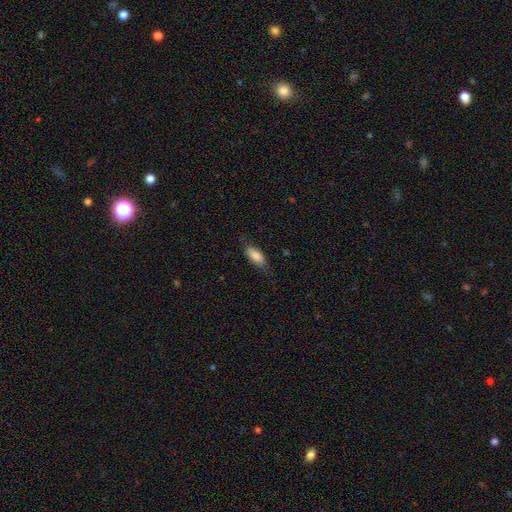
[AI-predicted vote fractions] A smooth galaxy with no disk features (82%) that is in between round and cigar-shaped (79%). Merging: none (72%).